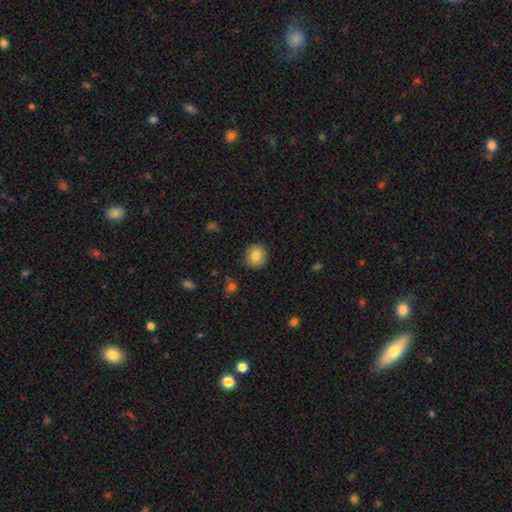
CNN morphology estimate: A smooth galaxy with no disk features (82%) that is round (84%). Merging: none (89%).